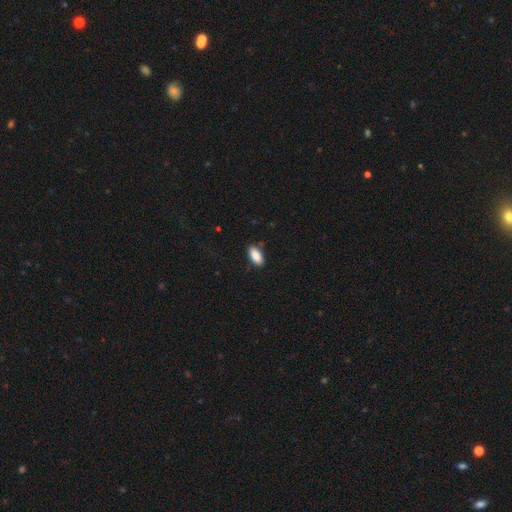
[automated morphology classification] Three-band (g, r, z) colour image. It shows a smooth galaxy with no disk features (87%) that is in between round and cigar-shaped (89%). Merging: none (85%).